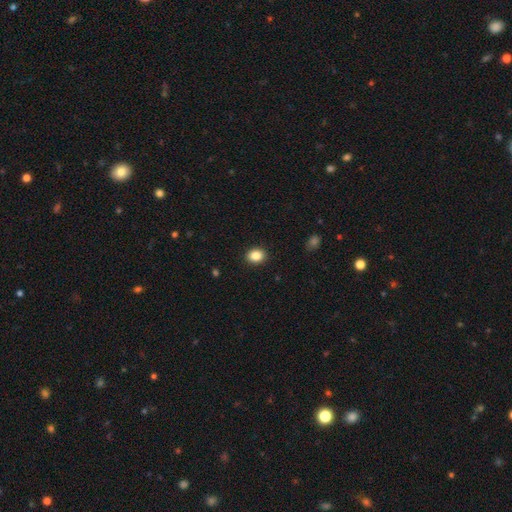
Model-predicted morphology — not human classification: Smooth or featured?
  - smooth: 86% *
  - star or artifact: 9%
  - featured or disk: 4%
How rounded?
  - in between: 53% *
  - round: 46%
  - cigar-shaped: 1%
Merging?
  - none: 91% *
  - minor disturbance: 6%
  - major disturbance: 2%
  - merger: 1%